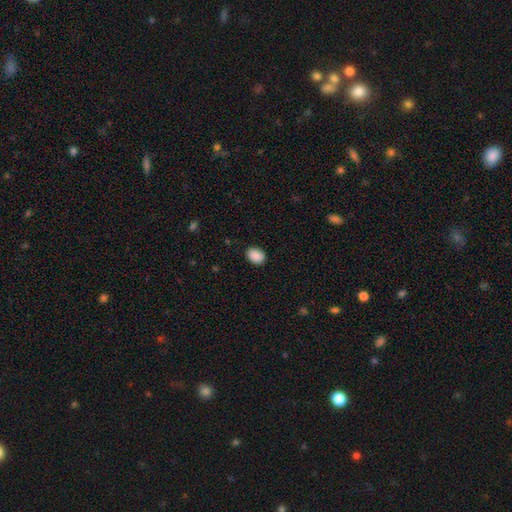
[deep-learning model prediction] Smooth or featured? Predicted: smooth (p=0.90). How rounded? Predicted: in between (p=0.76). Merging? Predicted: none (p=0.88).